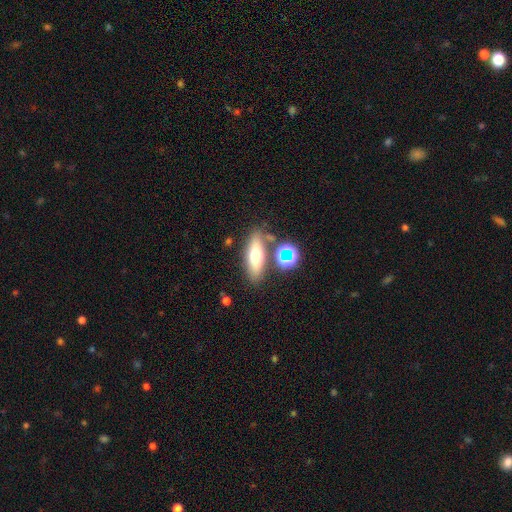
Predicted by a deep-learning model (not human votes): smooth-or-featured: smooth: 61% | featured or disk: 28% | star or artifact: 11%
  how-rounded: in between: 59% | cigar-shaped: 35% | round: 7%
  merging: none: 74% | minor disturbance: 12% | merger: 10% | major disturbance: 4%